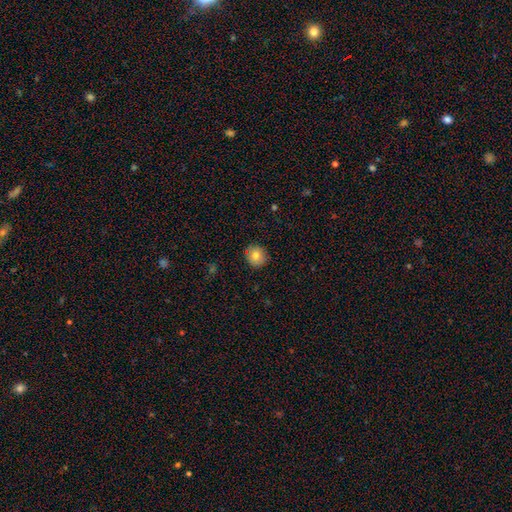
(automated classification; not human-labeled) Morphology: type=smooth (81%); roundness=round (88%); merging=none (89%).